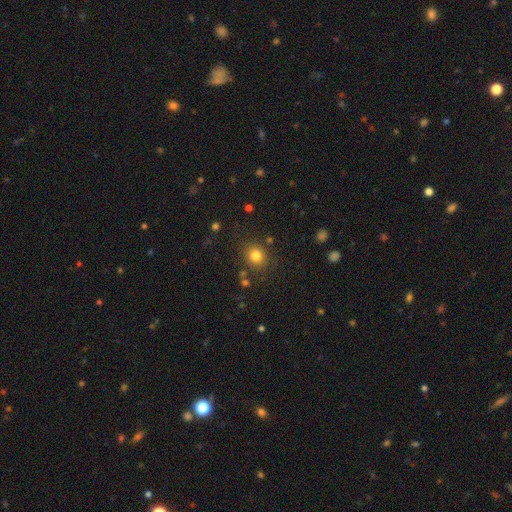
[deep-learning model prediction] Smooth or featured: smooth — 81% (star or artifact — 13%)
How rounded: round — 83% (in between — 16%)
Merging: none — 84% (minor disturbance — 9%)